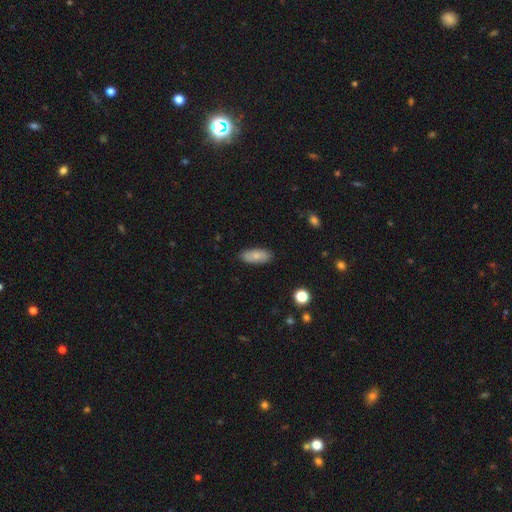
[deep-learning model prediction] smooth-or-featured: smooth: 78% | featured or disk: 15% | star or artifact: 7%
  how-rounded: in between: 83% | cigar-shaped: 14% | round: 3%
  merging: none: 87% | minor disturbance: 10% | major disturbance: 2% | merger: 1%